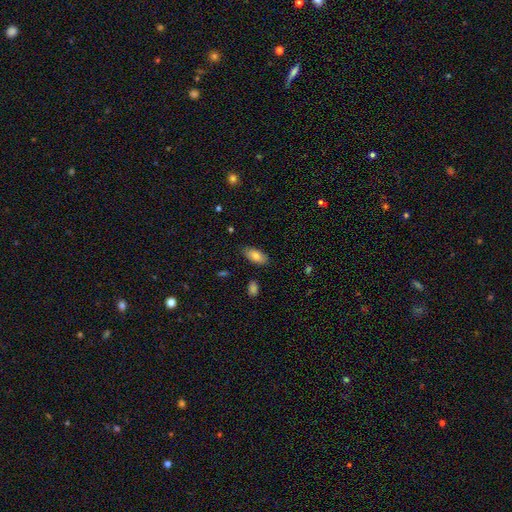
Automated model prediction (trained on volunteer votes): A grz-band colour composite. It shows a smooth galaxy with no disk features (79%) that is in between round and cigar-shaped (91%). Merging: none (83%).